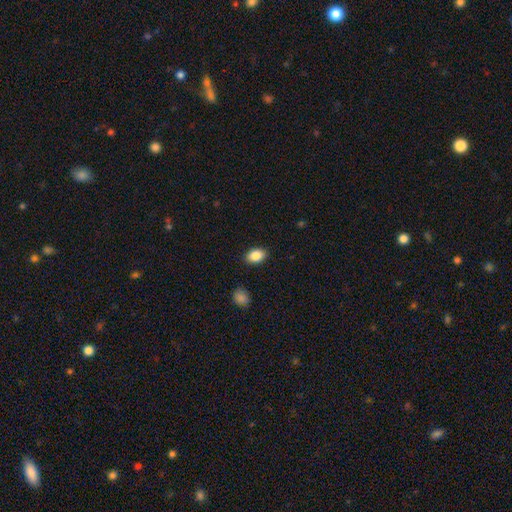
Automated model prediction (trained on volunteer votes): This is clearly a smooth galaxy (87%). How rounded: clearly in between (85%). Merging: clearly none (88%).